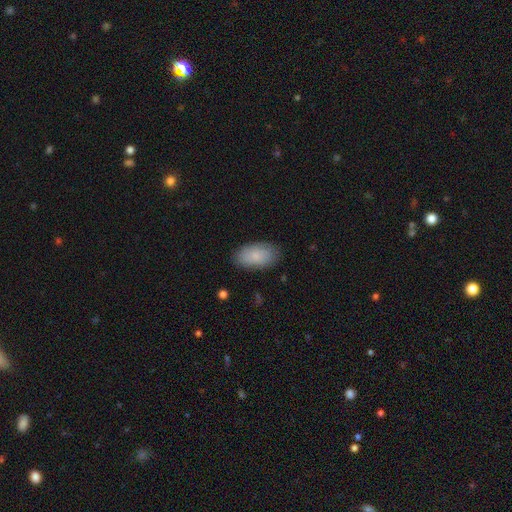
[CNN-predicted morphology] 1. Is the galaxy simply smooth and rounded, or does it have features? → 83% smooth, 10% featured or disk, 6% star or artifact.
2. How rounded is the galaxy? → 94% in between, 4% round, 2% cigar-shaped.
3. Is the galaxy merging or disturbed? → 85% none, 12% minor disturbance, 3% major disturbance, 1% merger.